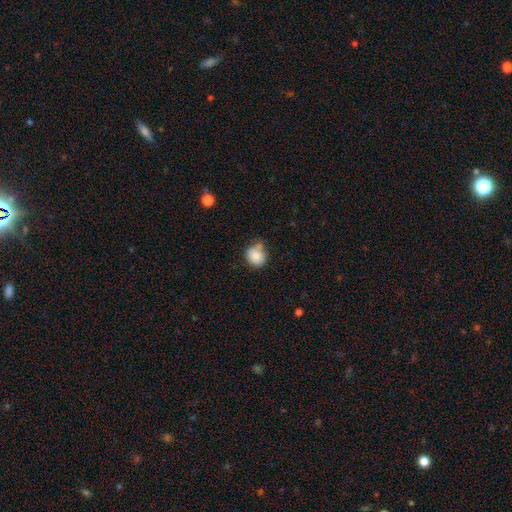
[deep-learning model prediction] Smooth or featured: smooth — 84% (star or artifact — 9%)
How rounded: round — 78% (in between — 21%)
Merging: none — 64% (minor disturbance — 22%)